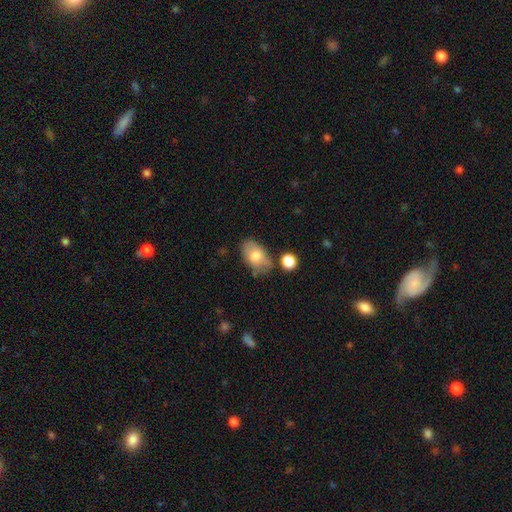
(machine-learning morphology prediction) Smooth or featured? smooth (77%)
How rounded? in between (91%)
Merging? none (68%)